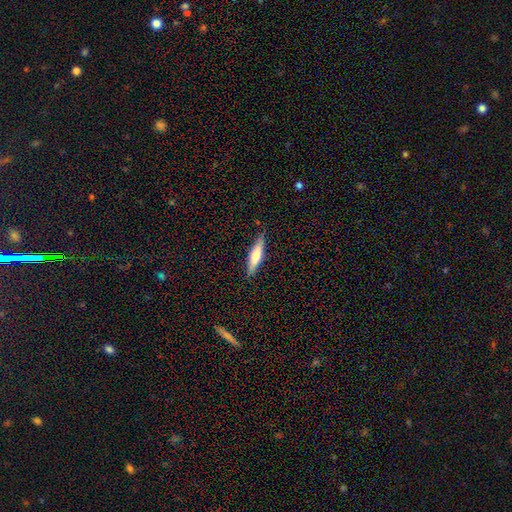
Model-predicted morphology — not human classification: A smooth galaxy with no disk features (61%) that is cigar-shaped (77%).

Vote fractions:
- Smooth or featured? smooth: 61% / featured or disk: 33% / star or artifact: 6%
- How rounded? cigar-shaped: 77% / in between: 21% / round: 1%
- Merging? none: 85% / minor disturbance: 11% / major disturbance: 2% / merger: 1%